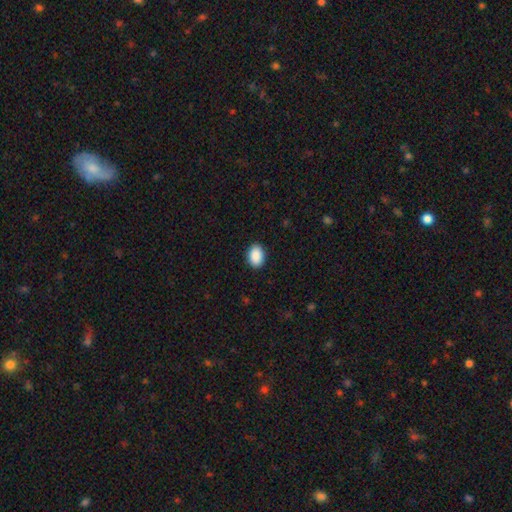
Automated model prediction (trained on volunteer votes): A smooth galaxy with no disk features (91%) that is in between round and cigar-shaped (82%).

Vote fractions:
- Smooth or featured? smooth: 91% / star or artifact: 7% / featured or disk: 2%
- How rounded? in between: 82% / round: 17% / cigar-shaped: 1%
- Merging? none: 90% / minor disturbance: 7% / major disturbance: 2% / merger: 1%